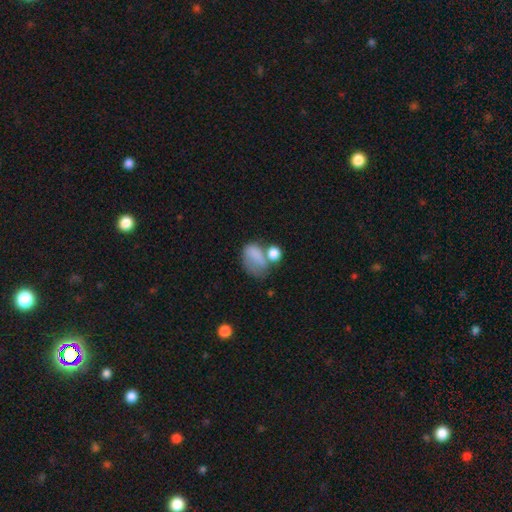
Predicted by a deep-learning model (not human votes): A smooth galaxy with no disk features (72%) that is in between round and cigar-shaped (77%). Merging: merger (28%).